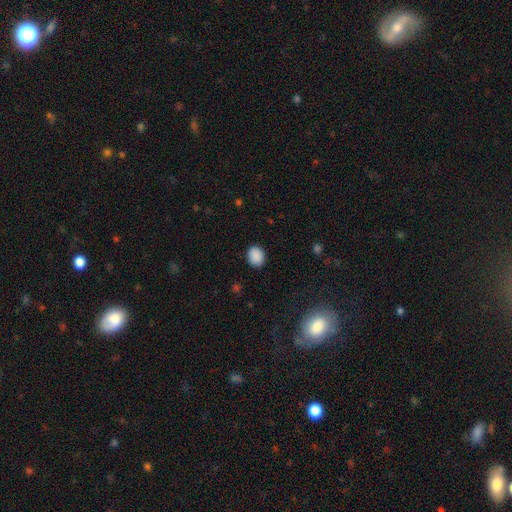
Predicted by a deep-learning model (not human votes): Smooth or featured? smooth (89%)
How rounded? round (50%)
Merging? none (87%)